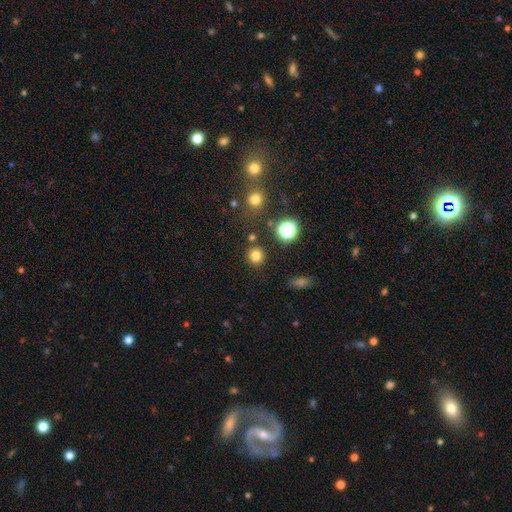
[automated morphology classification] smooth 78%, star or artifact 17%, featured or disk 5%. Down the decision tree: how rounded — round (91%); merging — none (86%).